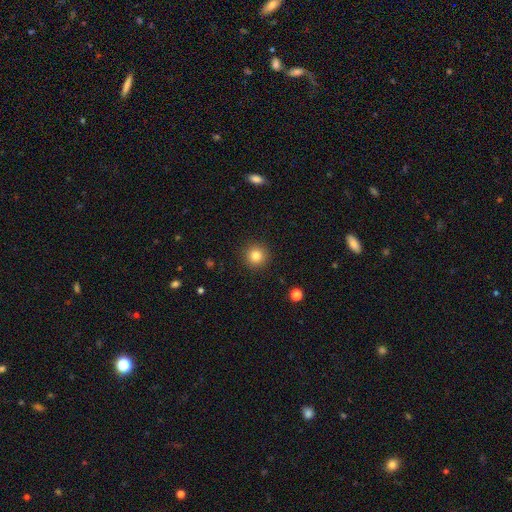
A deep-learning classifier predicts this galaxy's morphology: Smooth or featured: smooth — 82% (star or artifact — 11%)
How rounded: round — 95% (in between — 4%)
Merging: none — 92% (minor disturbance — 5%)